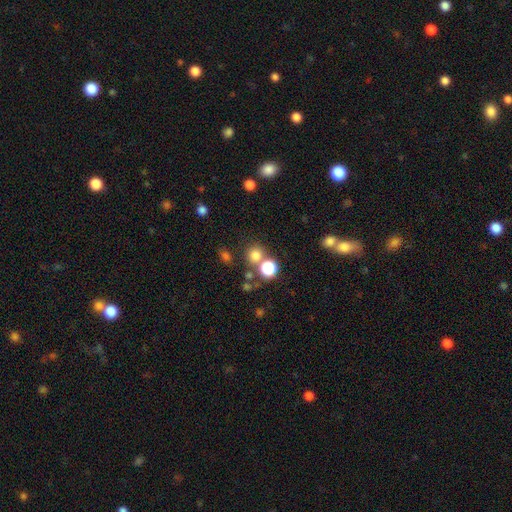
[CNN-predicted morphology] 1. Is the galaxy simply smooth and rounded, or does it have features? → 73% smooth, 20% star or artifact, 7% featured or disk.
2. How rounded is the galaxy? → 88% round, 11% in between, 1% cigar-shaped.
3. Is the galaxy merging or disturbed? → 68% none, 21% merger, 8% minor disturbance, 4% major disturbance.